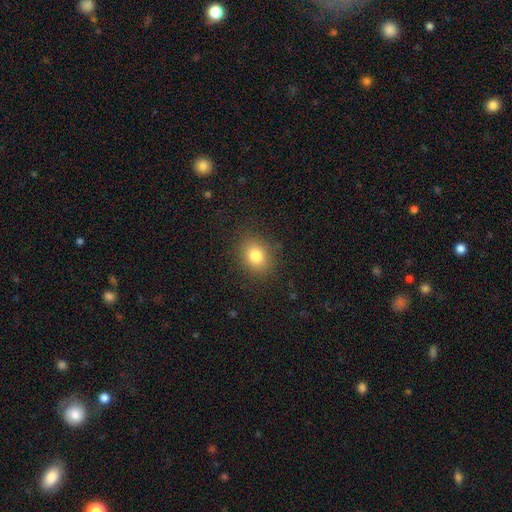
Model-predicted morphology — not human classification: smooth-or-featured: smooth: 81% | star or artifact: 12% | featured or disk: 8%
  how-rounded: round: 57% | in between: 42% | cigar-shaped: 1%
  merging: none: 87% | minor disturbance: 9% | major disturbance: 3% | merger: 1%